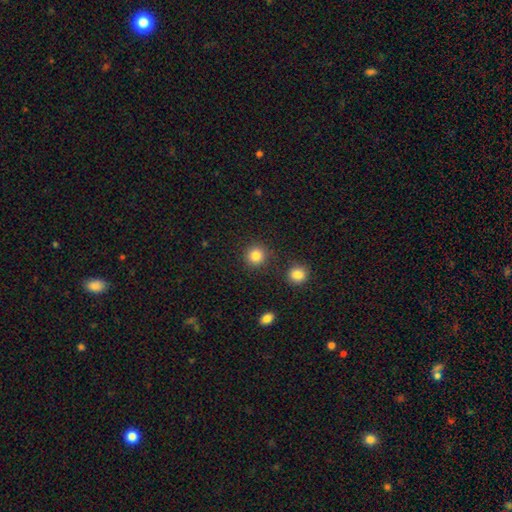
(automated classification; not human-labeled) Smooth or featured? Predicted: smooth (p=0.84). How rounded? Predicted: round (p=0.93). Merging? Predicted: none (p=0.87).